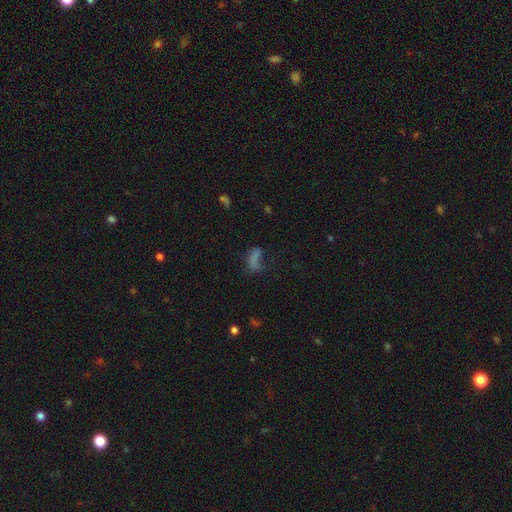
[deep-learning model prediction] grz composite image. It shows a smooth galaxy with no disk features (54%) that is in between round and cigar-shaped (75%). Merging: none (38%).